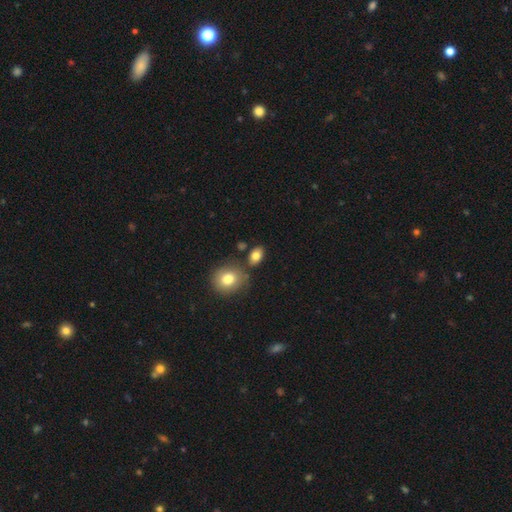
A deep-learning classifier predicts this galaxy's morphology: The model was most divided on "how rounded": in between: 78%, round: 21%, cigar-shaped: 2%. More confident: smooth or featured — smooth (82%); merging — none (75%).